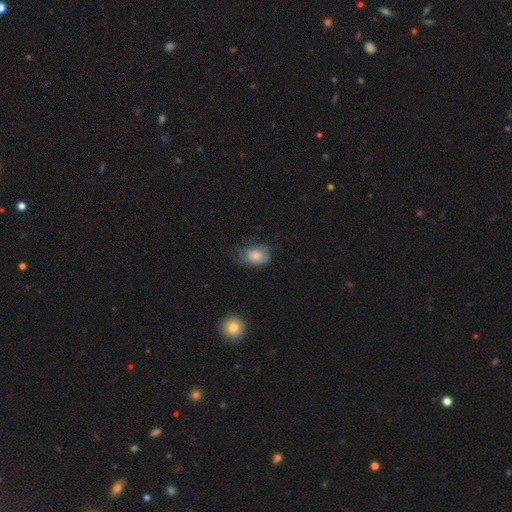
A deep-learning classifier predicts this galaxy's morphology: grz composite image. It shows a smooth galaxy with no disk features (75%) that is in between round and cigar-shaped (76%). Merging: none (48%).